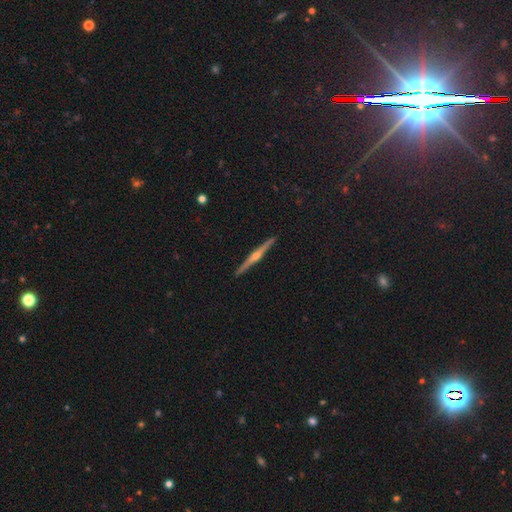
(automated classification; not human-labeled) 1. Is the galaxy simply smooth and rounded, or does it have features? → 83% featured or disk, 12% smooth, 6% star or artifact.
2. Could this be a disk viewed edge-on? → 99% yes, 1% no.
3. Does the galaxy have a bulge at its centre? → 89% rounded, 5% none, 5% boxy.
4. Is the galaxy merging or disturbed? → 93% none, 5% minor disturbance, 1% major disturbance, 1% merger.